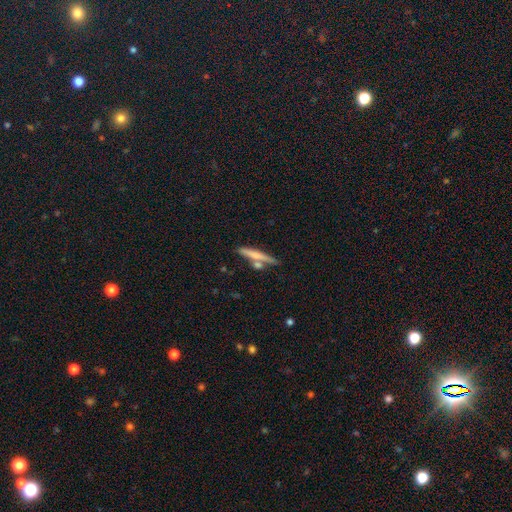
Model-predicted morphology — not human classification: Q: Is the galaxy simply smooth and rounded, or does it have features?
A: smooth — 61%.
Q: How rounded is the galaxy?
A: cigar-shaped — 91%.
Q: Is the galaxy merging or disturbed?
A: none — 65%.